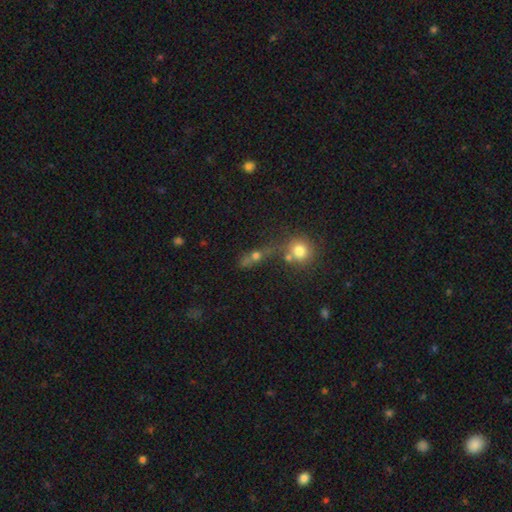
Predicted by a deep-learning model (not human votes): A smooth galaxy with no disk features (42%). Merging: none (48%).